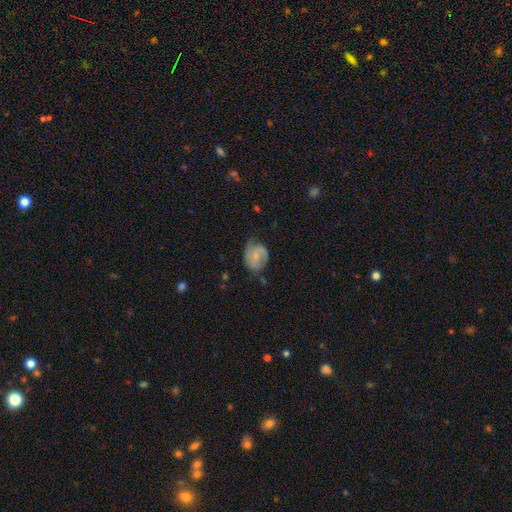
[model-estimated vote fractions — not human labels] Smooth or featured?
  - featured or disk: 50% *
  - smooth: 42%
  - star or artifact: 7%
Edge-on disk?
  - no: 97% *
  - yes: 3%
Merging?
  - none: 54% *
  - minor disturbance: 33%
  - major disturbance: 11%
  - merger: 2%